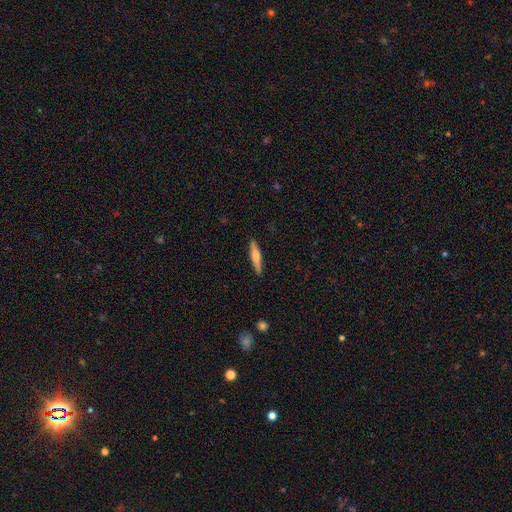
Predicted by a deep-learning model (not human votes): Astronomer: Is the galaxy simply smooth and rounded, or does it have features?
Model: smooth — 47%, tied with featured or disk at 47%.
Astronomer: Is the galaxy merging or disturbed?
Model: none — 90%.